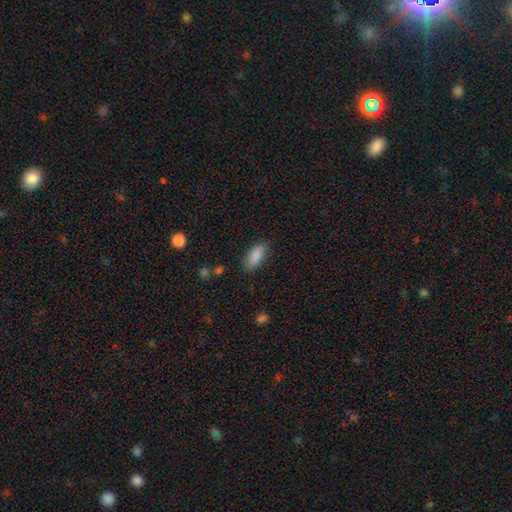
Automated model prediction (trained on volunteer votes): smooth 88%, star or artifact 7%, featured or disk 5%. Down the decision tree: how rounded — in between (87%); merging — none (84%).